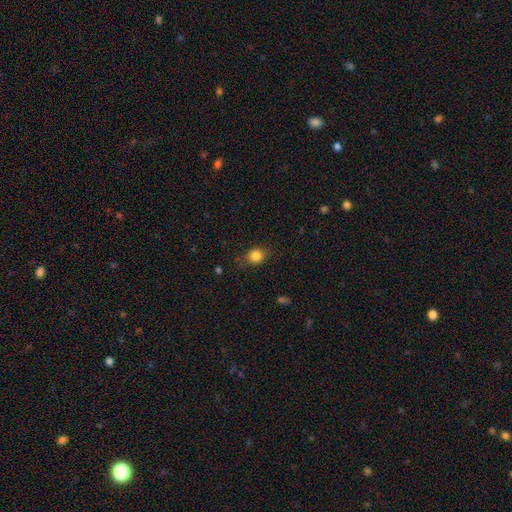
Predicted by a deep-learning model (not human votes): Q: Smooth or featured?
A: smooth (84%); runner-up: star or artifact (11%)
Q: How rounded?
A: round (75%); runner-up: in between (24%)
Q: Merging?
A: none (81%); runner-up: minor disturbance (14%)